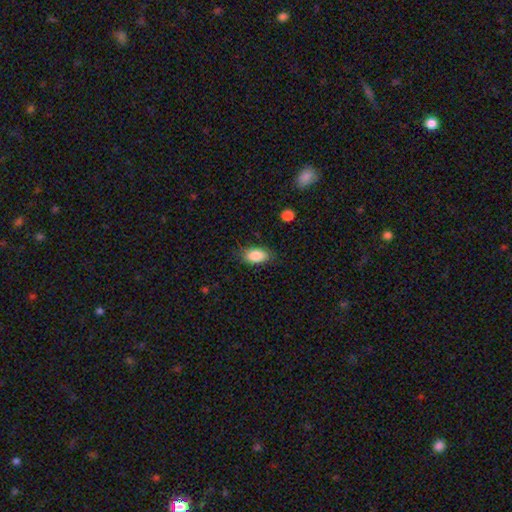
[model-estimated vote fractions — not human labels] A smooth galaxy with no disk features (86%) that is in between round and cigar-shaped (91%).

Vote fractions:
- Smooth or featured? smooth: 86% / star or artifact: 7% / featured or disk: 7%
- How rounded? in between: 91% / round: 6% / cigar-shaped: 3%
- Merging? none: 82% / minor disturbance: 14% / major disturbance: 3% / merger: 1%